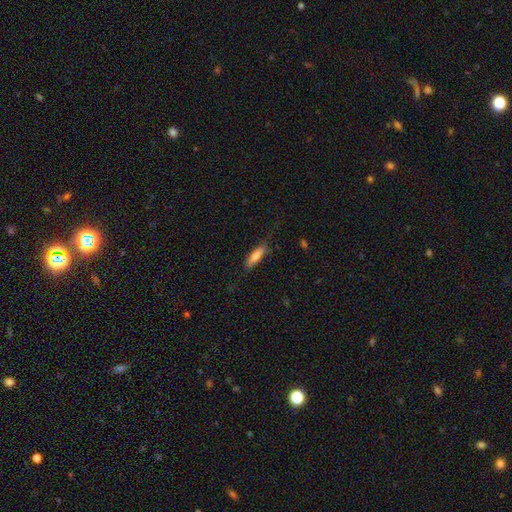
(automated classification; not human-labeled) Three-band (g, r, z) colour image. It shows a smooth galaxy with no disk features (76%) that is cigar-shaped (62%). Merging: none (76%).